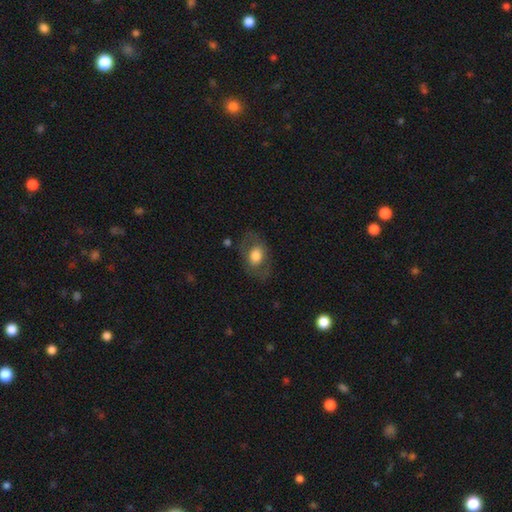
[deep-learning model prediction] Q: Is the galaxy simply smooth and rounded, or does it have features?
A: smooth — 63%.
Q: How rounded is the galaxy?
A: in between — 79%.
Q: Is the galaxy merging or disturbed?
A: none — 72%.